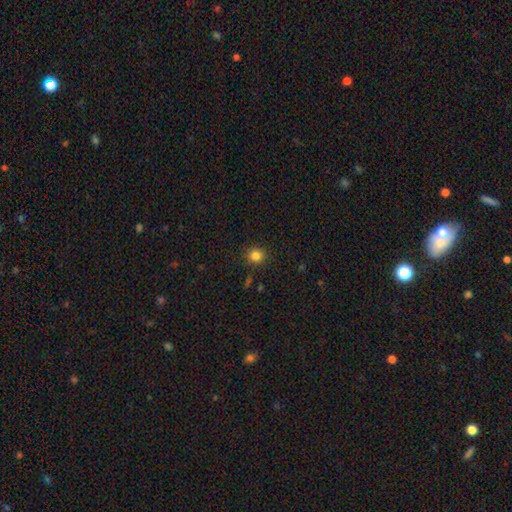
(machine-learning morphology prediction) smooth_or_featured: smooth (p=0.82) [alt: star or artifact p=0.13]
how_rounded: round (p=0.91) [alt: in between p=0.08]
merging: none (p=0.90) [alt: minor disturbance p=0.07]